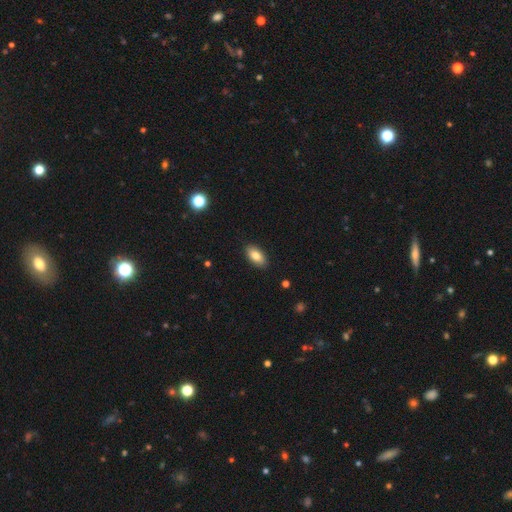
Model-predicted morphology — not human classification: smooth_or_featured: smooth (p=0.83) [alt: featured or disk p=0.10]
how_rounded: in between (p=0.91) [alt: cigar-shaped p=0.06]
merging: none (p=0.89) [alt: minor disturbance p=0.08]